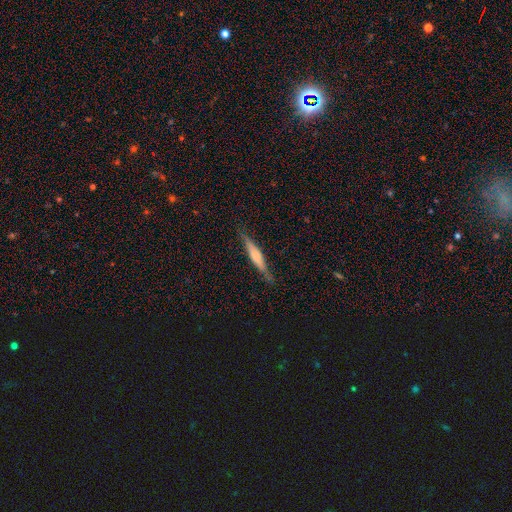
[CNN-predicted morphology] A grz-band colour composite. It shows a featured or disk galaxy (48%). Merging: none (82%).